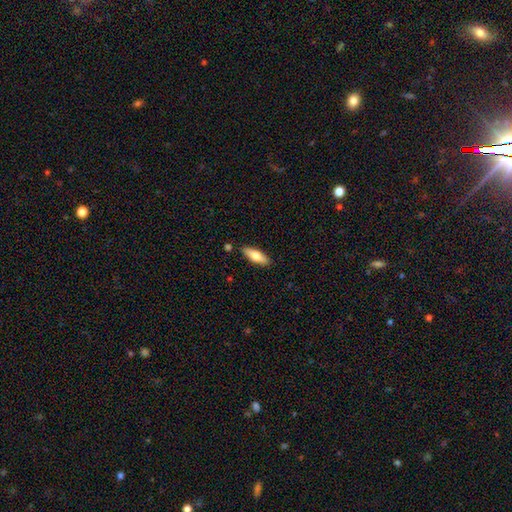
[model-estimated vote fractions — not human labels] Smooth or featured? smooth (69%)
How rounded? in between (59%)
Merging? none (86%)